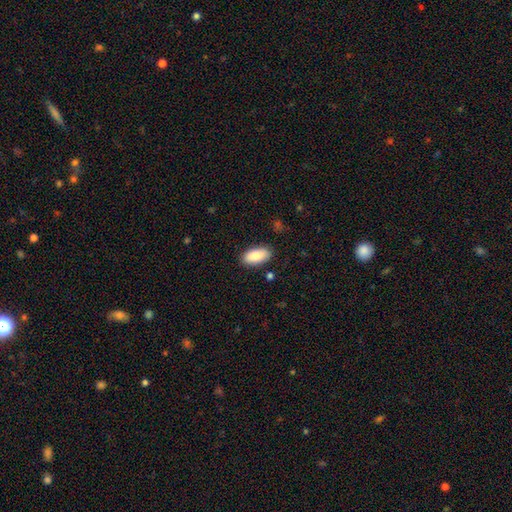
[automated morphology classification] A smooth galaxy with no disk features (87%) that is in between round and cigar-shaped (92%). Merging: none (87%).